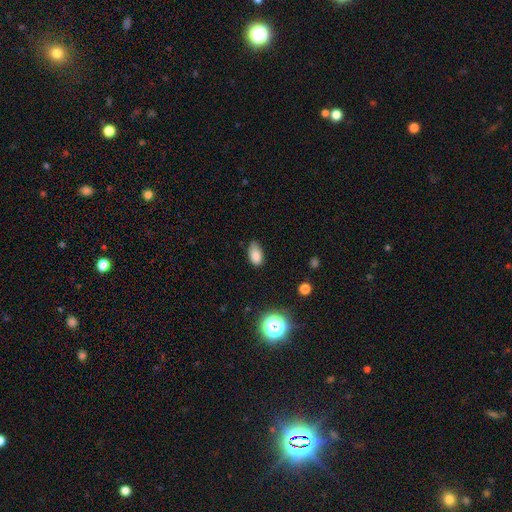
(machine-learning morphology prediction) smooth 83%, star or artifact 11%, featured or disk 6%. Down the decision tree: how rounded — in between (91%); merging — none (63%).